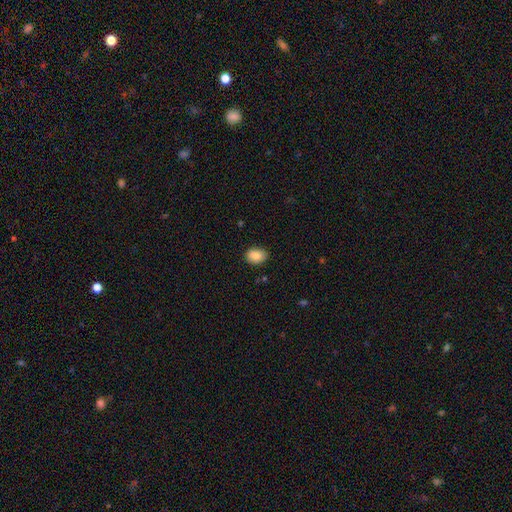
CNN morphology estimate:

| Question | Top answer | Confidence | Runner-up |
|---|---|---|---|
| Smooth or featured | smooth | 85% | star or artifact (8%) |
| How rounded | in between | 70% | round (29%) |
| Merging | none | 86% | minor disturbance (11%) |